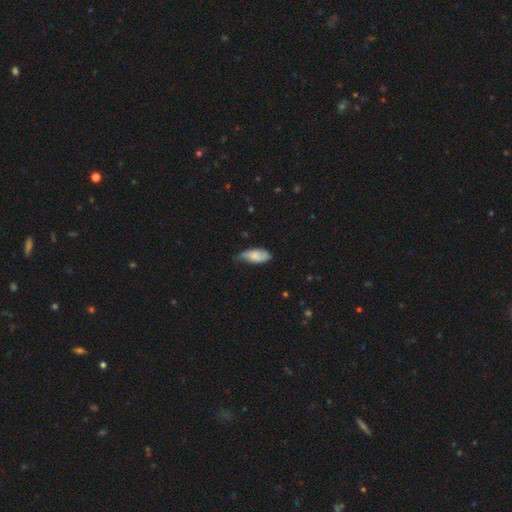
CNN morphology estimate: Smooth or featured? Predicted: smooth (p=0.71). How rounded? Predicted: in between (p=0.86). Merging? Predicted: minor disturbance (p=0.45).